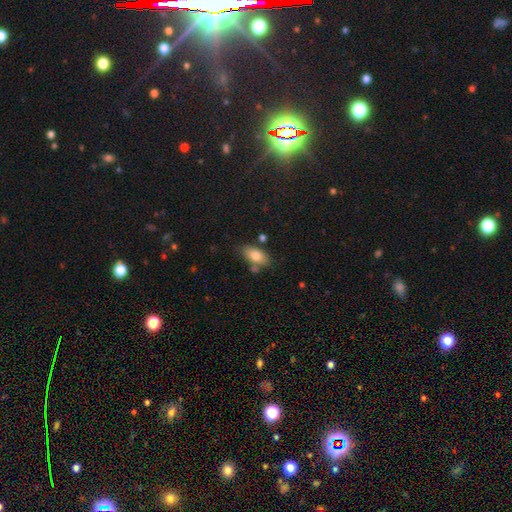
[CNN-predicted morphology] Smooth or featured: smooth — 79% (featured or disk — 14%)
How rounded: in between — 91% (cigar-shaped — 5%)
Merging: none — 68% (minor disturbance — 17%)